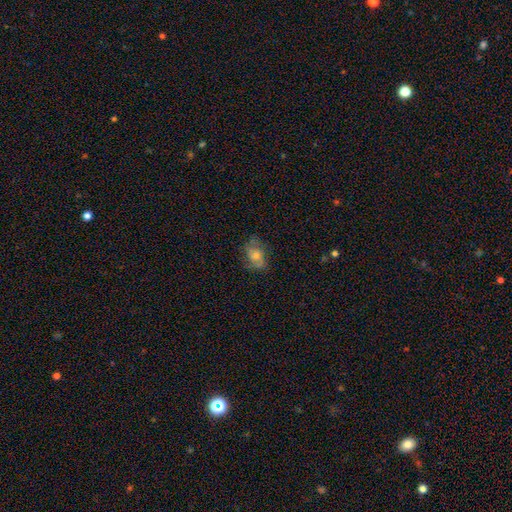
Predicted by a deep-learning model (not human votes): smooth-or-featured: featured or disk: 51% | smooth: 36% | star or artifact: 13%
  disk-edge-on: no: 95% | yes: 5%
  merging: none: 70% | minor disturbance: 20% | major disturbance: 9% | merger: 1%